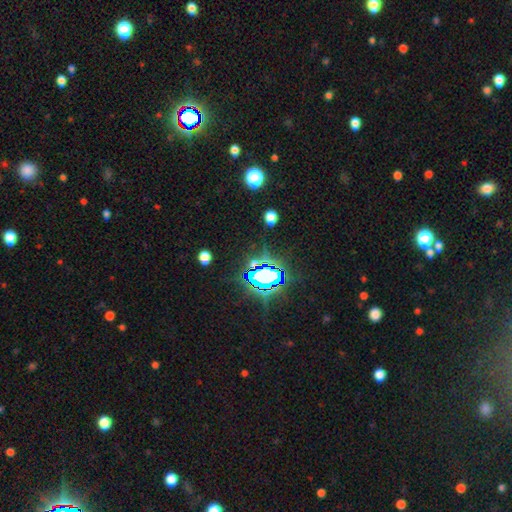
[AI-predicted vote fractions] Smooth or featured? Predicted: star or artifact (p=0.83).